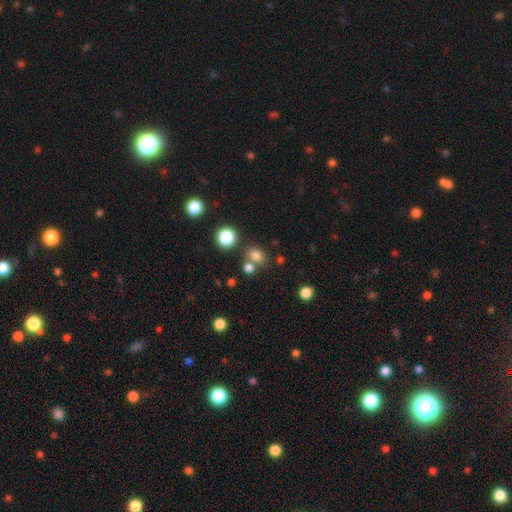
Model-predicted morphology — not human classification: Q: Smooth or featured?
A: smooth (77%); runner-up: star or artifact (17%)
Q: How rounded?
A: round (62%); runner-up: in between (37%)
Q: Merging?
A: none (63%); runner-up: merger (22%)